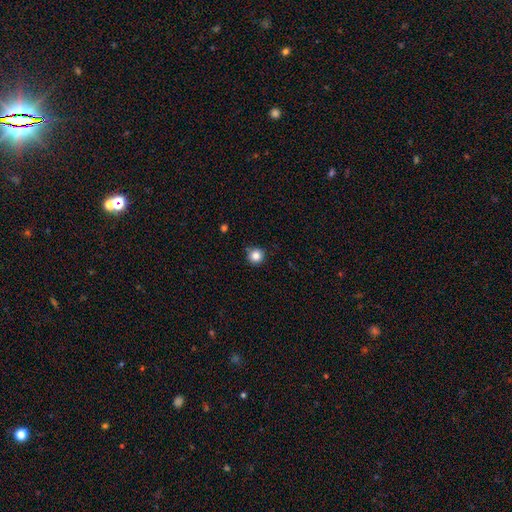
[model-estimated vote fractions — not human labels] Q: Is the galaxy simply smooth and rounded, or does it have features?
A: smooth — 84%.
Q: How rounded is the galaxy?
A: round — 95%.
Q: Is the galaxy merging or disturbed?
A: none — 88%.